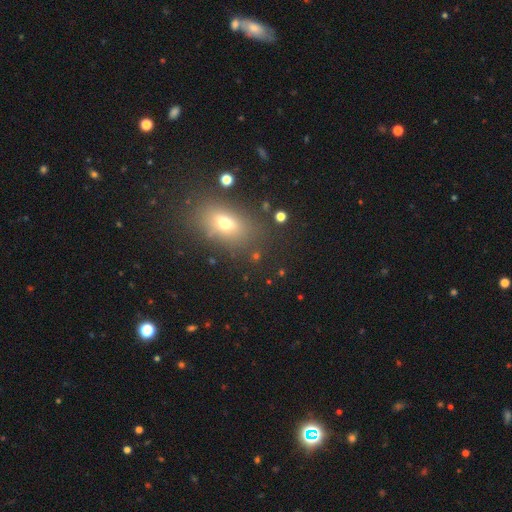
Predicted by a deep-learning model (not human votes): Smooth or featured?
  - smooth: 61% *
  - star or artifact: 24%
  - featured or disk: 16%
How rounded?
  - in between: 72% *
  - round: 22%
  - cigar-shaped: 6%
Merging?
  - none: 79% *
  - minor disturbance: 12%
  - major disturbance: 5%
  - merger: 4%